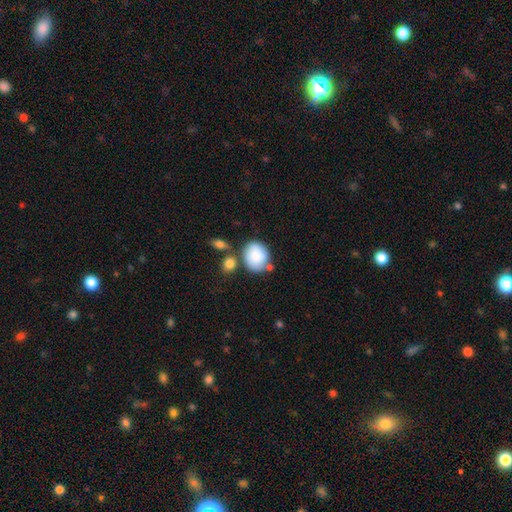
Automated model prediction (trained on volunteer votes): Morphology: type=smooth (85%); roundness=round (57%); merging=none (59%).